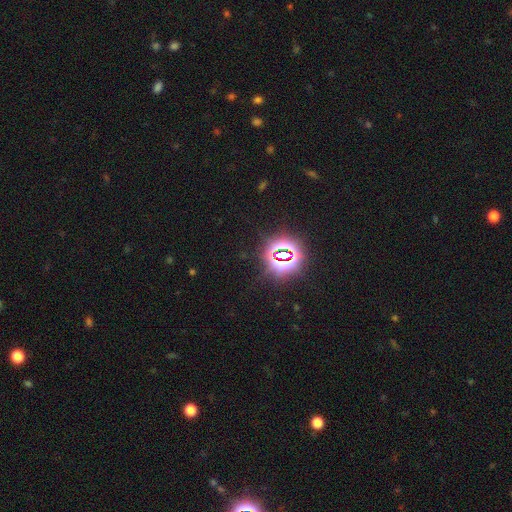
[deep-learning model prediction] A star or artifact, not a galaxy (82%).

Vote fractions:
- Smooth or featured? star or artifact: 82% / smooth: 11% / featured or disk: 7%